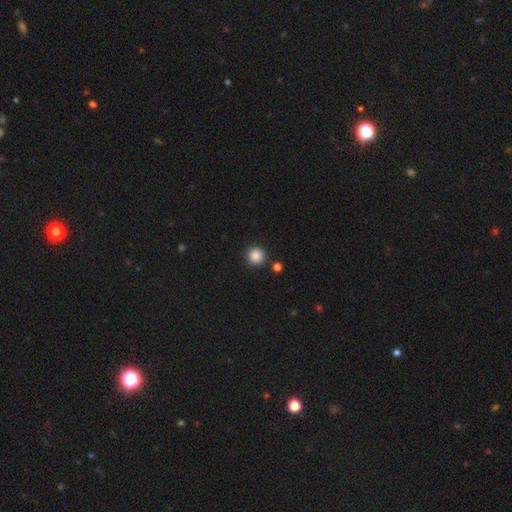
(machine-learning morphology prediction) Q: Smooth or featured?
A: smooth (87%); runner-up: star or artifact (10%)
Q: How rounded?
A: round (95%); runner-up: in between (4%)
Q: Merging?
A: none (89%); runner-up: minor disturbance (6%)